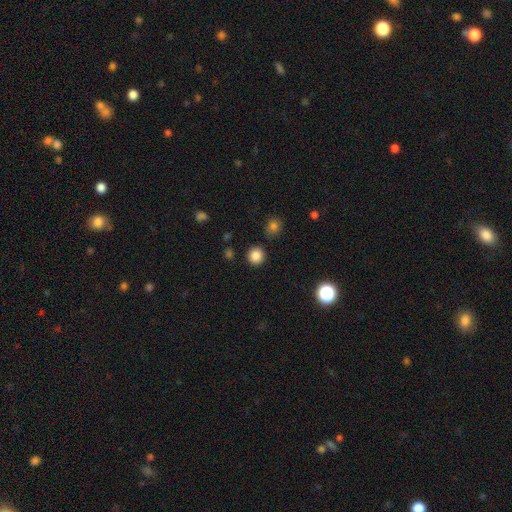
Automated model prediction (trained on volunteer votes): Smooth or featured: smooth — 85% (star or artifact — 11%)
How rounded: round — 93% (in between — 6%)
Merging: none — 89% (minor disturbance — 6%)